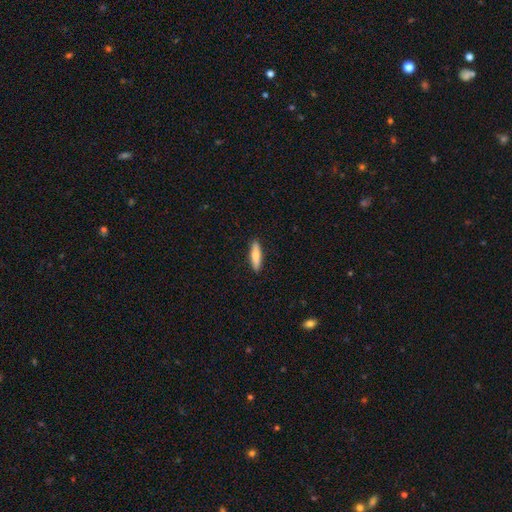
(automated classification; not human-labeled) The model was most divided on "how rounded": cigar-shaped: 70%, in between: 28%, round: 2%. More confident: merging — none (91%); smooth or featured — smooth (75%).